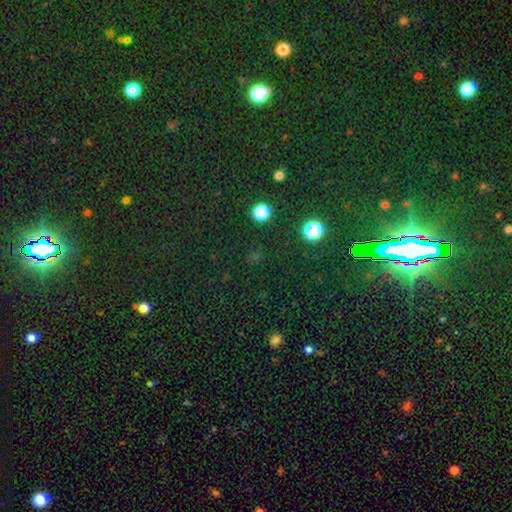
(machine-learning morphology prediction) smooth-or-featured: star or artifact: 57% | smooth: 37% | featured or disk: 6%